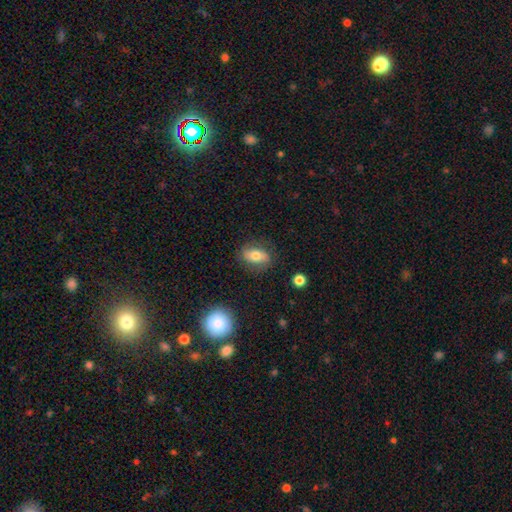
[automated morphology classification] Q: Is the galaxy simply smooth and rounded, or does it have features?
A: smooth — 66%.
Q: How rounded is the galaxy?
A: in between — 82%.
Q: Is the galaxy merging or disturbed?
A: none — 78%.